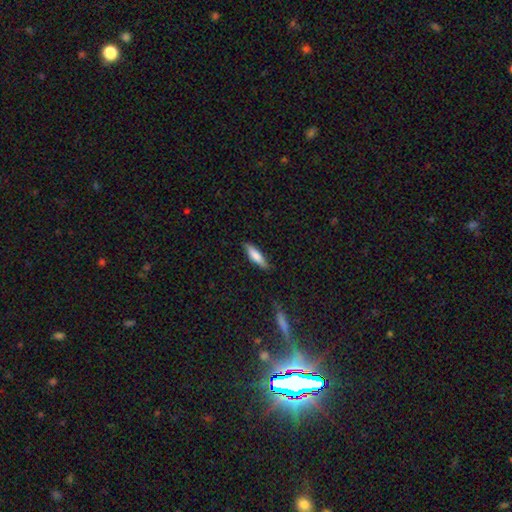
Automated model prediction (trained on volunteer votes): This appears to be a smooth galaxy with no disk features (76%) that is cigar-shaped (63%). Merging: none (83%).